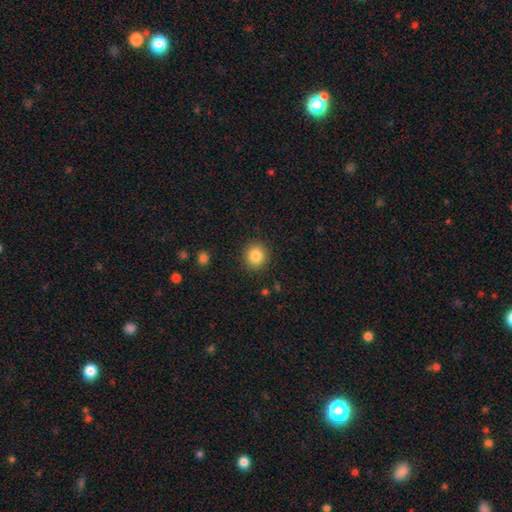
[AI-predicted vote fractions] Overall: smooth (84%). How rounded: round (89%). Merging: none (90%).